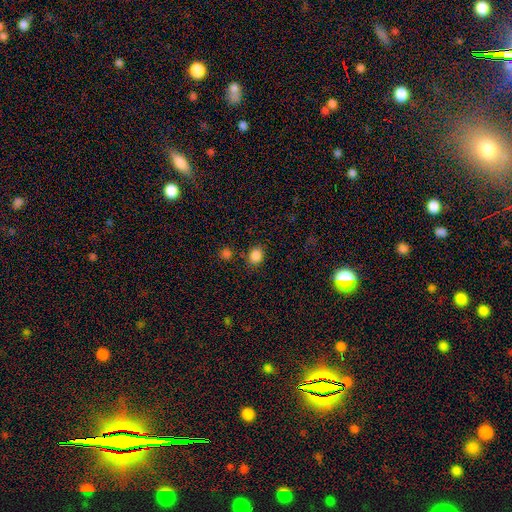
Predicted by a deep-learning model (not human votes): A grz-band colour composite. It shows a smooth galaxy with no disk features (85%) that is round (62%). Merging: none (82%).